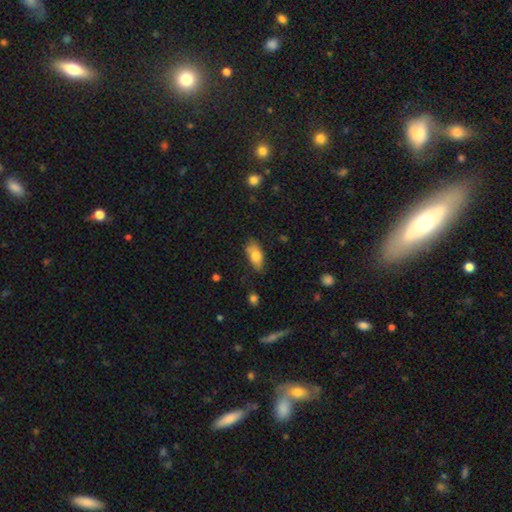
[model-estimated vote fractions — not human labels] Smooth or featured?
  - smooth: 76% *
  - featured or disk: 17%
  - star or artifact: 7%
How rounded?
  - in between: 87% *
  - cigar-shaped: 10%
  - round: 4%
Merging?
  - none: 68% *
  - minor disturbance: 24%
  - major disturbance: 5%
  - merger: 3%